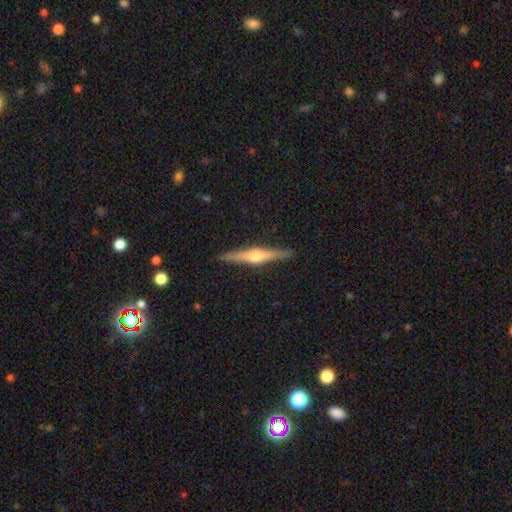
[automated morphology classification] Q: Smooth or featured?
A: featured or disk (75%); runner-up: smooth (20%)
Q: Edge-on disk?
A: yes (98%); runner-up: no (2%)
Q: Edge-on bulge?
A: rounded (92%); runner-up: boxy (5%)
Q: Merging?
A: none (91%); runner-up: minor disturbance (7%)